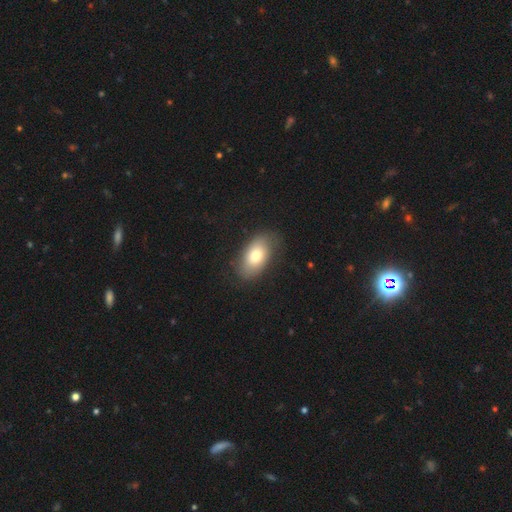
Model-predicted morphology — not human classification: A smooth galaxy with no disk features (74%) that is in between round and cigar-shaped (93%). Merging: none (76%).